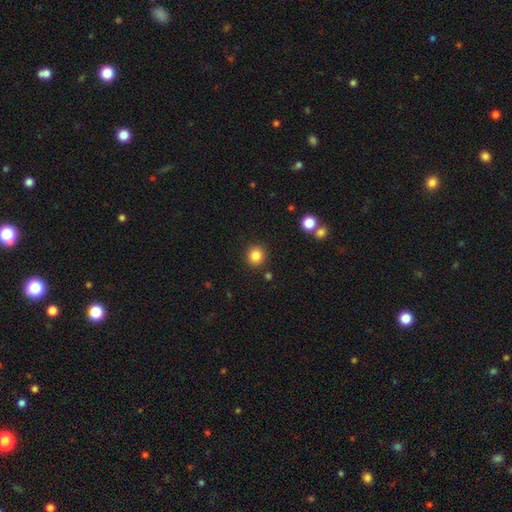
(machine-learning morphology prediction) Smooth or featured: smooth — 84% (star or artifact — 11%)
How rounded: round — 92% (in between — 7%)
Merging: none — 90% (minor disturbance — 6%)